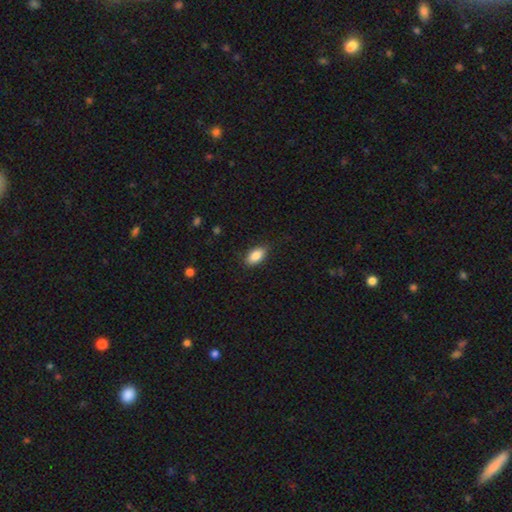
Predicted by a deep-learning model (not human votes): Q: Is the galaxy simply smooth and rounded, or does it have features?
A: smooth — 86%.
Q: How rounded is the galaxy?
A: in between — 91%.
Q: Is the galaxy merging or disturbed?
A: none — 83%.